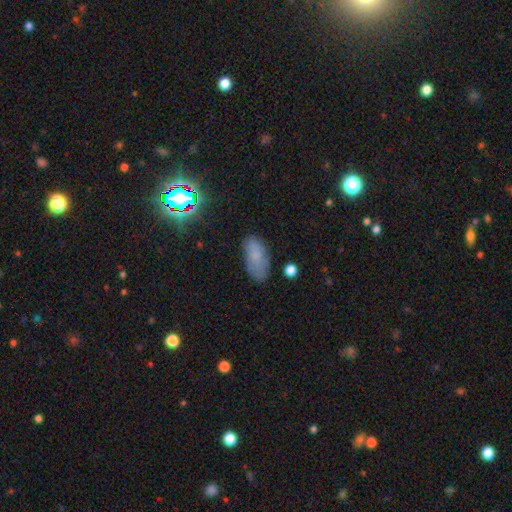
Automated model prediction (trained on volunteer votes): Smooth or featured: smooth — 69% (featured or disk — 17%)
How rounded: in between — 90% (cigar-shaped — 7%)
Merging: none — 70% (minor disturbance — 22%)